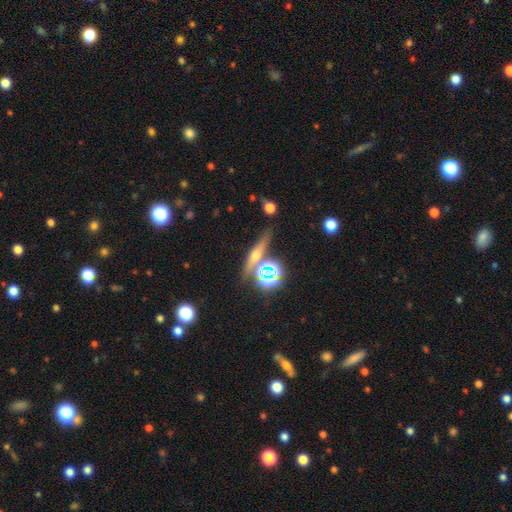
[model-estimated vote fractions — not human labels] Morphology: type=featured or disk (43%); merging=none (75%).